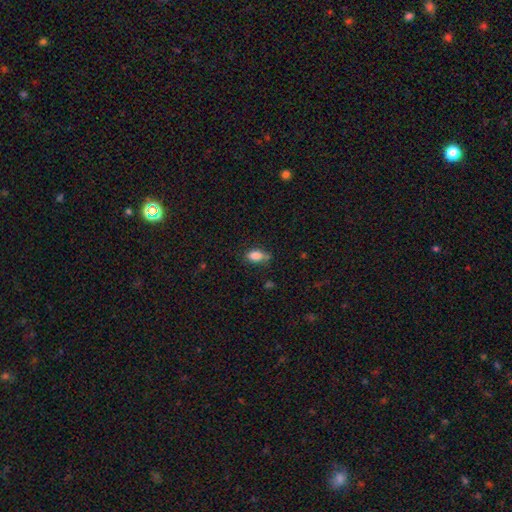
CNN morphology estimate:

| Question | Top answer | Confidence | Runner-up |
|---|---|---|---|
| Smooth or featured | smooth | 84% | star or artifact (9%) |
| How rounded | in between | 85% | round (10%) |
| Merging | none | 58% | minor disturbance (31%) |